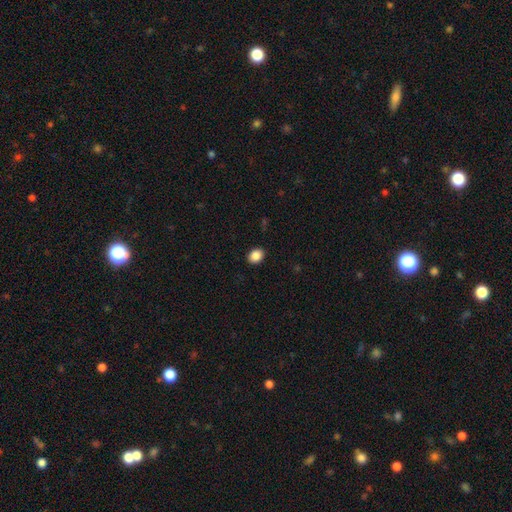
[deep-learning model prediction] smooth 88%, star or artifact 9%, featured or disk 3%. Down the decision tree: how rounded — in between (60%); merging — none (90%).